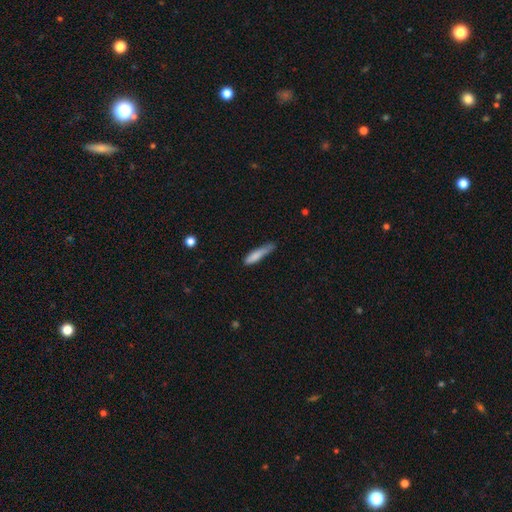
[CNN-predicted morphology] A smooth galaxy with no disk features (79%) that is cigar-shaped (84%).

Vote fractions:
- Smooth or featured? smooth: 79% / featured or disk: 14% / star or artifact: 7%
- How rounded? cigar-shaped: 84% / in between: 15% / round: 2%
- Merging? none: 45% / minor disturbance: 39% / major disturbance: 12% / merger: 4%